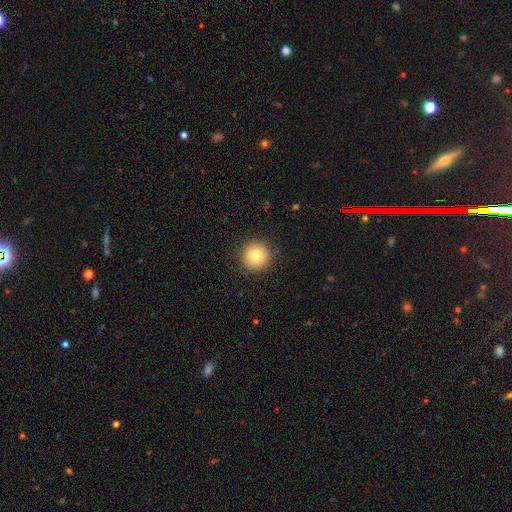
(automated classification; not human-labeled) A smooth galaxy with no disk features (81%) that is round (96%).

Vote fractions:
- Smooth or featured? smooth: 81% / star or artifact: 10% / featured or disk: 9%
- How rounded? round: 96% / in between: 3% / cigar-shaped: 1%
- Merging? none: 92% / minor disturbance: 6% / major disturbance: 2% / merger: 1%